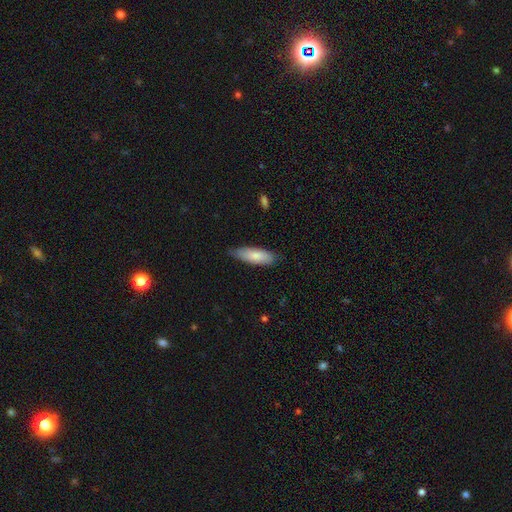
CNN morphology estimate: This appears to be a smooth galaxy with no disk features (82%) that is in between round and cigar-shaped (56%). Merging: none (73%).